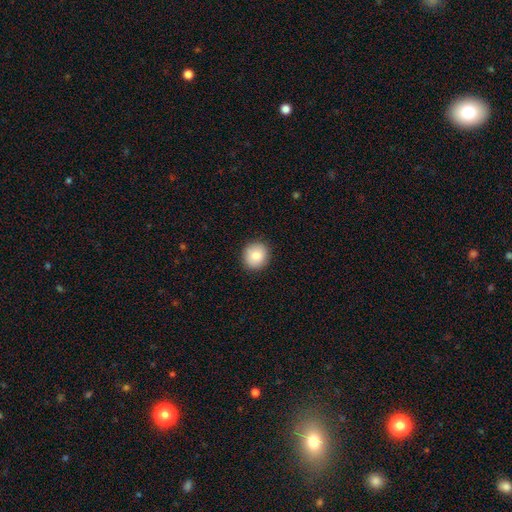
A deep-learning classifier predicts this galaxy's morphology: This appears to be a smooth galaxy with no disk features (85%) that is round (84%). Merging: none (90%).